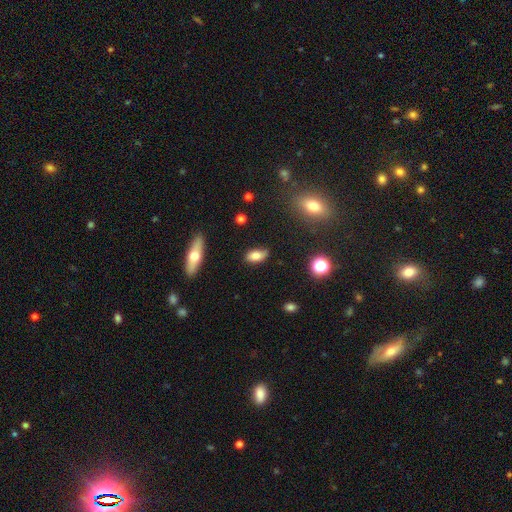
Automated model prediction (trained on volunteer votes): A smooth galaxy with no disk features (76%) that is in between round and cigar-shaped (88%). Merging: none (77%).